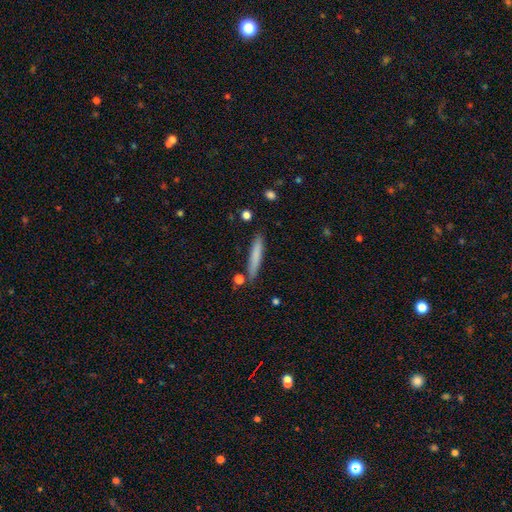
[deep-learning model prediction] A smooth galaxy with no disk features (75%) that is cigar-shaped (93%). Merging: none (85%).